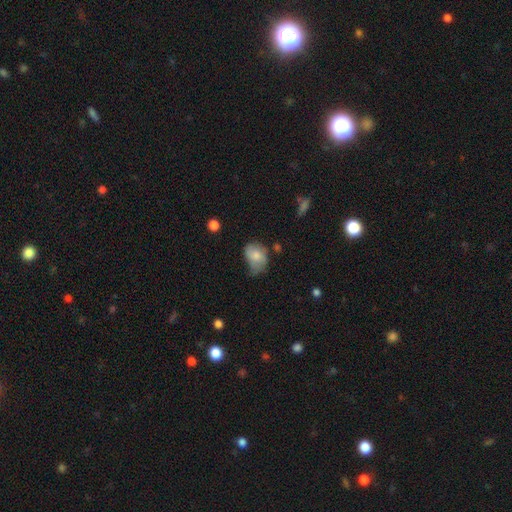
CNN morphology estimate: Smooth or featured? Predicted: smooth (p=0.75). How rounded? Predicted: in between (p=0.69). Merging? Predicted: minor disturbance (p=0.45).